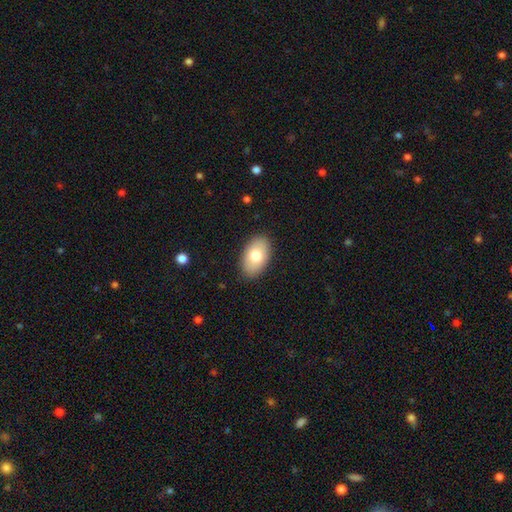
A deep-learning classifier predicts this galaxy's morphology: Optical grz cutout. It shows a smooth galaxy with no disk features (76%) that is in between round and cigar-shaped (93%). Merging: none (88%).